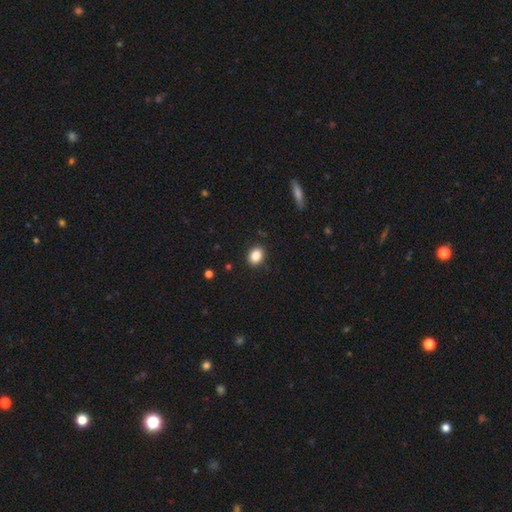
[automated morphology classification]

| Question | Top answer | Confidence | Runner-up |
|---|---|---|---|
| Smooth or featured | smooth | 86% | star or artifact (9%) |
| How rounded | in between | 65% | round (34%) |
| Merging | none | 89% | minor disturbance (8%) |